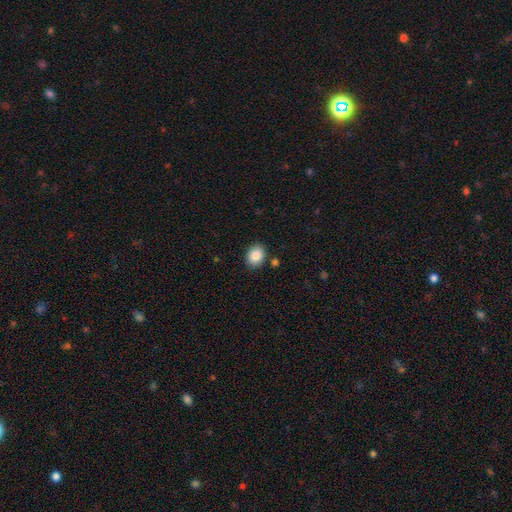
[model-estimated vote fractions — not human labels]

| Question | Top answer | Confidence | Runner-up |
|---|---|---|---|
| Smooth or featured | smooth | 86% | star or artifact (8%) |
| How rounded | in between | 58% | round (41%) |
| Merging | none | 85% | minor disturbance (9%) |